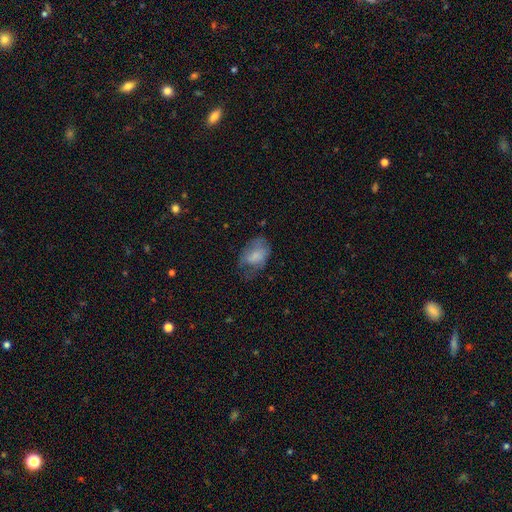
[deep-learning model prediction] This is likely a smooth galaxy (70%). How rounded: clearly in between (85%). Merging: marginally none (37%).